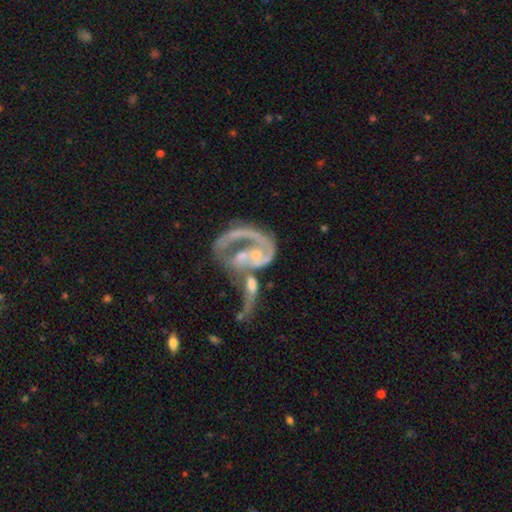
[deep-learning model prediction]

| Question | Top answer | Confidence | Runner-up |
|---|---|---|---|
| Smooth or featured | featured or disk | 79% | smooth (13%) |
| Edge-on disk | no | 97% | yes (3%) |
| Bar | no | 71% | weak (21%) |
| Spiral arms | yes | 66% | no (34%) |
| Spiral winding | loose | 40% | medium (33%) |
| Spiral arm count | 1 | 57% | 2 (22%) |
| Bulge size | small | 45% | moderate (29%) |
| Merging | merger | 54% | major disturbance (25%) |